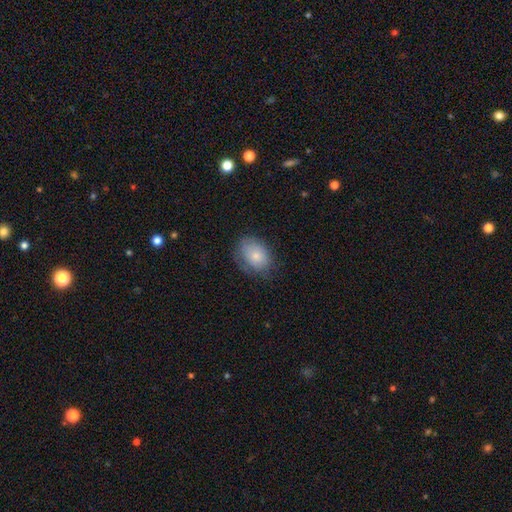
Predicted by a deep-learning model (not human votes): Smooth or featured?
  - smooth: 77% *
  - featured or disk: 15%
  - star or artifact: 8%
How rounded?
  - in between: 71% *
  - round: 28%
  - cigar-shaped: 1%
Merging?
  - none: 68% *
  - minor disturbance: 23%
  - major disturbance: 7%
  - merger: 1%